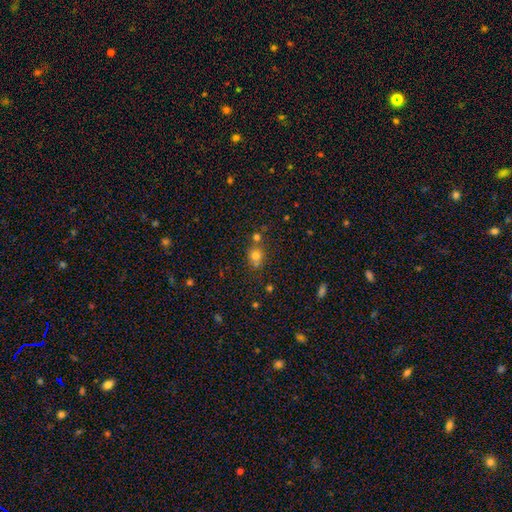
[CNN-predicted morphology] Smooth or featured? Predicted: smooth (p=0.72). How rounded? Predicted: round (p=0.76). Merging? Predicted: none (p=0.55).